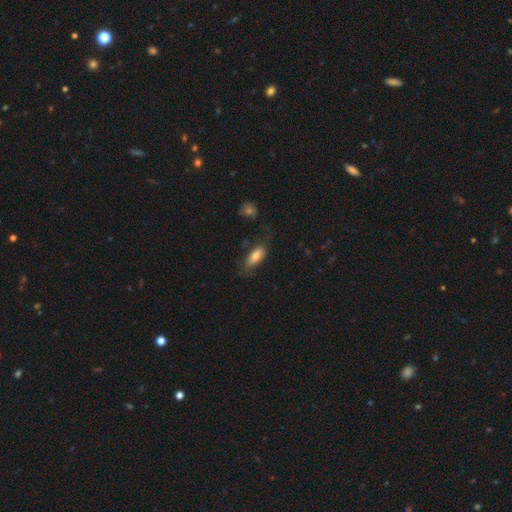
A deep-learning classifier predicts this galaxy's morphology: smooth_or_featured: smooth (p=0.74) [alt: featured or disk p=0.19]
how_rounded: in between (p=0.75) [alt: cigar-shaped p=0.22]
merging: none (p=0.58) [alt: minor disturbance p=0.26]